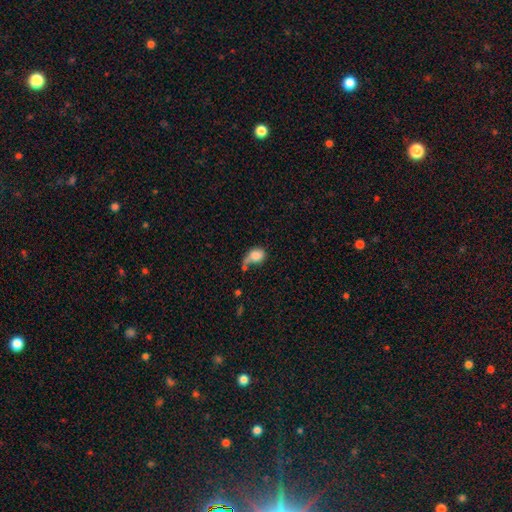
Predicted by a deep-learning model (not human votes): Q: Smooth or featured?
A: smooth (76%); runner-up: featured or disk (16%)
Q: How rounded?
A: in between (63%); runner-up: round (35%)
Q: Merging?
A: none (30%); runner-up: major disturbance (25%)